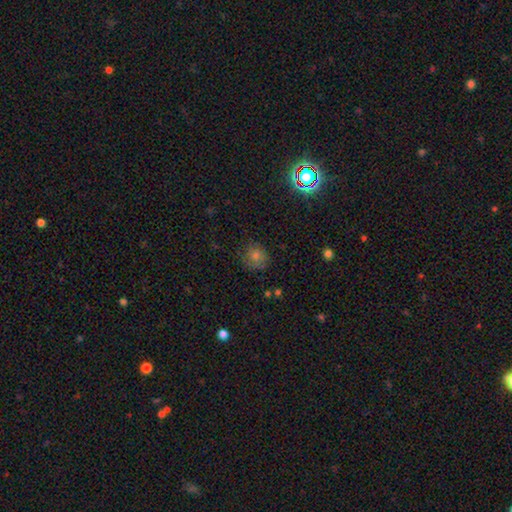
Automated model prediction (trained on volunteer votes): smooth-or-featured: smooth: 59% | star or artifact: 28% | featured or disk: 13%
  how-rounded: round: 85% | in between: 14% | cigar-shaped: 1%
  merging: none: 77% | minor disturbance: 16% | major disturbance: 5% | merger: 2%